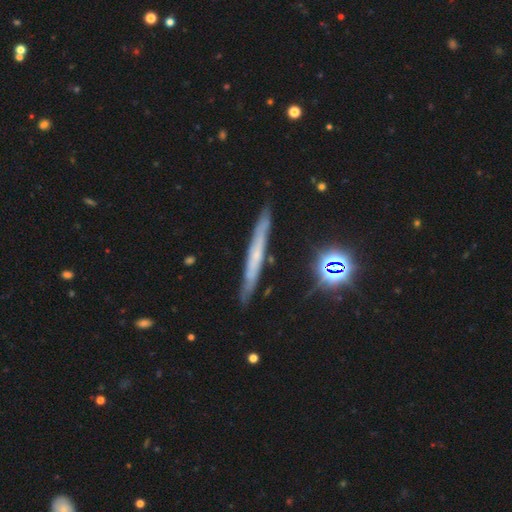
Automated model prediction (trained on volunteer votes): A featured or disk galaxy (55%) viewed edge-on (89%).

Vote fractions:
- Smooth or featured? featured or disk: 55% / smooth: 32% / star or artifact: 12%
- Edge-on disk? yes: 89% / no: 11%
- Merging? none: 85% / minor disturbance: 11% / major disturbance: 2% / merger: 2%